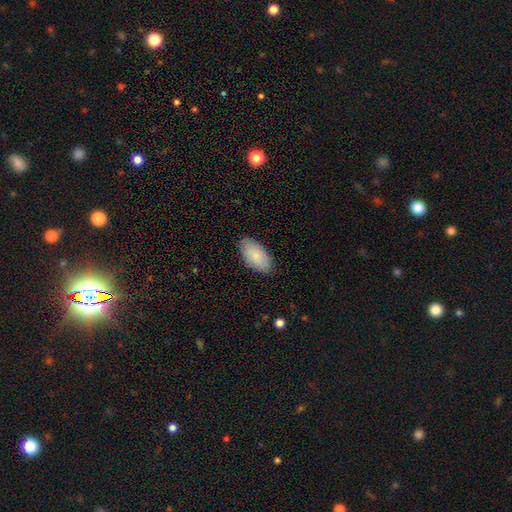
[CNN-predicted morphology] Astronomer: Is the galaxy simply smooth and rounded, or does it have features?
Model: smooth — 86%.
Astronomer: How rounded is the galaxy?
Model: in between — 95%.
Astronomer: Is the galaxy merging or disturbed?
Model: none — 85%.